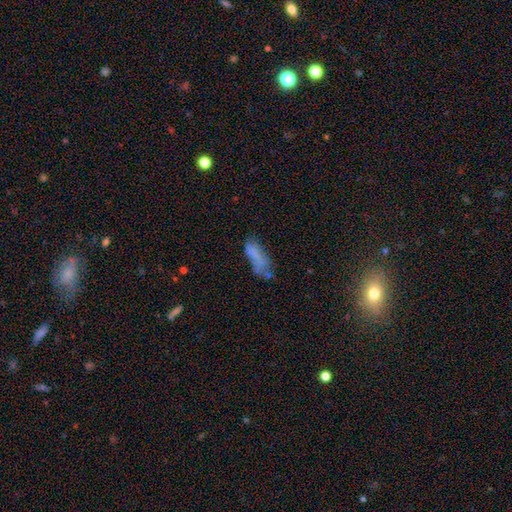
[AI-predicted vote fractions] Overall: smooth (60%; featured or disk 27%). How rounded: in between (65%; cigar-shaped 33%). Merging: none (37%; minor disturbance 29%).